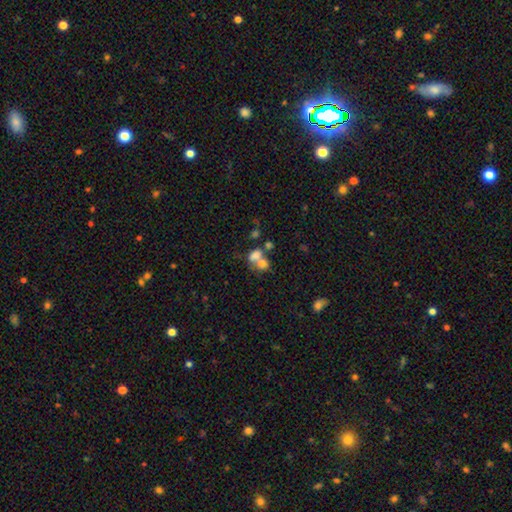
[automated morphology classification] This is likely a smooth galaxy (69%). How rounded: possibly in between (56%). Merging: likely merger (63%).